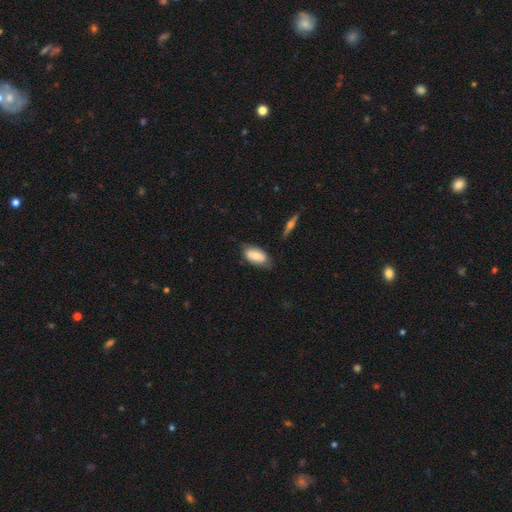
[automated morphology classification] smooth 68%, featured or disk 25%, star or artifact 7%. Down the decision tree: how rounded — in between (92%); merging — none (67%).